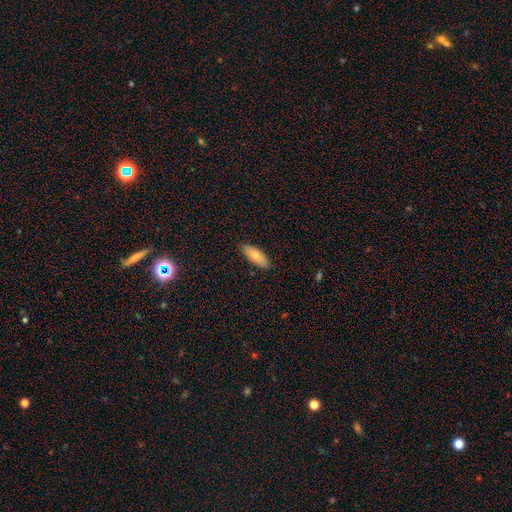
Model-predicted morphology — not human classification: smooth_or_featured: smooth (p=0.74) [alt: featured or disk p=0.19]
how_rounded: in between (p=0.70) [alt: cigar-shaped p=0.28]
merging: none (p=0.88) [alt: minor disturbance p=0.09]